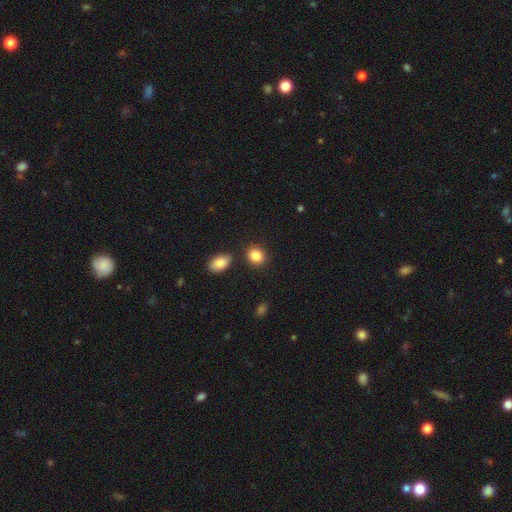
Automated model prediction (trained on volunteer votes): smooth 87%, star or artifact 8%, featured or disk 5%. Down the decision tree: how rounded — round (58%); merging — none (81%).